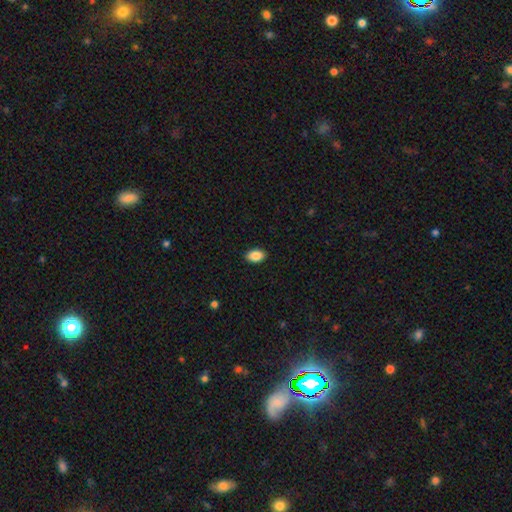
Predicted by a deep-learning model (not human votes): A smooth galaxy with no disk features (88%) that is in between round and cigar-shaped (90%).

Vote fractions:
- Smooth or featured? smooth: 88% / star or artifact: 8% / featured or disk: 5%
- How rounded? in between: 90% / round: 9% / cigar-shaped: 1%
- Merging? none: 90% / minor disturbance: 7% / major disturbance: 2% / merger: 1%